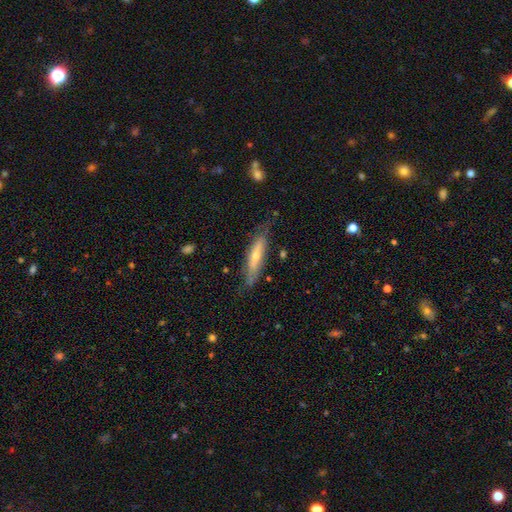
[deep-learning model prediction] This is possibly a featured or disk galaxy (47%, tied with smooth). Merging: likely none (65%).